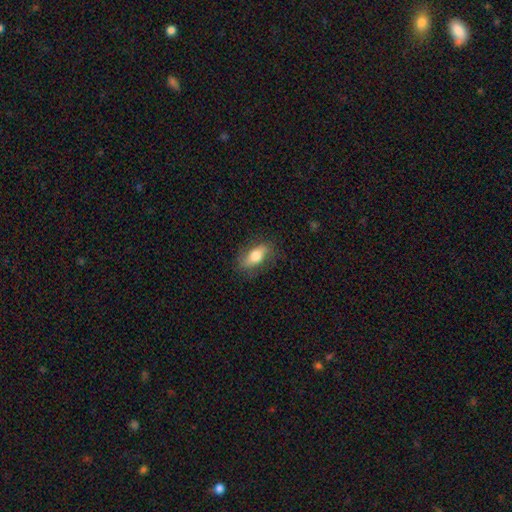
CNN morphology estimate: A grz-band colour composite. It shows a smooth galaxy with no disk features (65%) that is in between round and cigar-shaped (75%). Merging: none (79%).